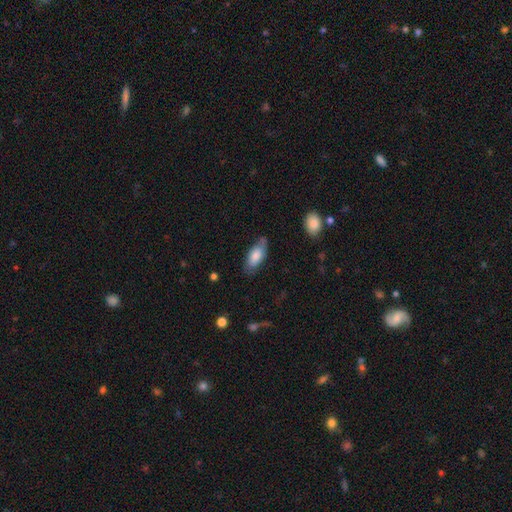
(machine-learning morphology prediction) Overall: smooth (75%). How rounded: in between (84%). Merging: none (66%).